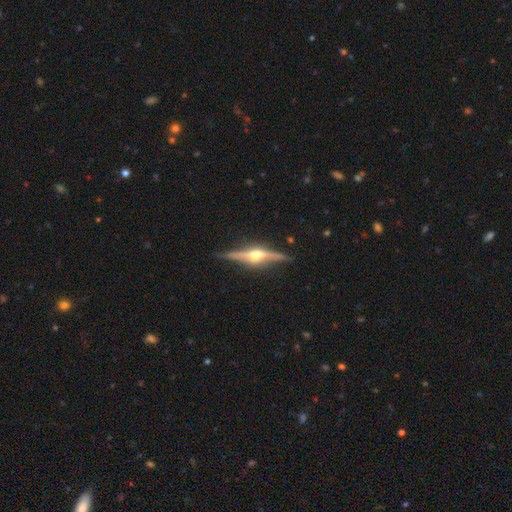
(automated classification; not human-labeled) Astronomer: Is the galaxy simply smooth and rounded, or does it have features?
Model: featured or disk — 83%.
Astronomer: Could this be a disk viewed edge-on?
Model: yes — 97%.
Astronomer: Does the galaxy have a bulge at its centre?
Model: rounded — 94%.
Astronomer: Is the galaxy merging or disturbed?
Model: none — 86%.